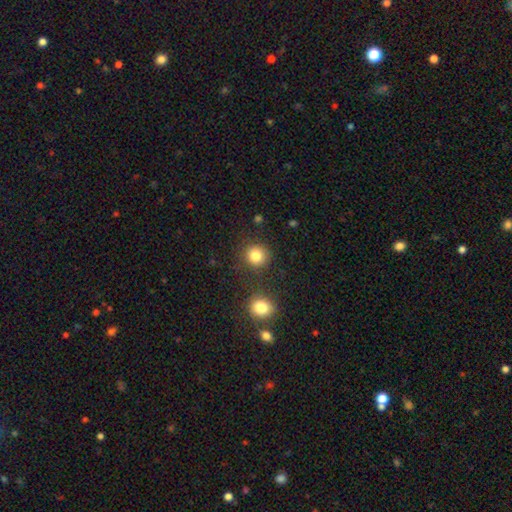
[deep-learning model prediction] smooth_or_featured: smooth (p=0.83) [alt: star or artifact p=0.11]
how_rounded: round (p=0.90) [alt: in between p=0.09]
merging: none (p=0.83) [alt: minor disturbance p=0.08]